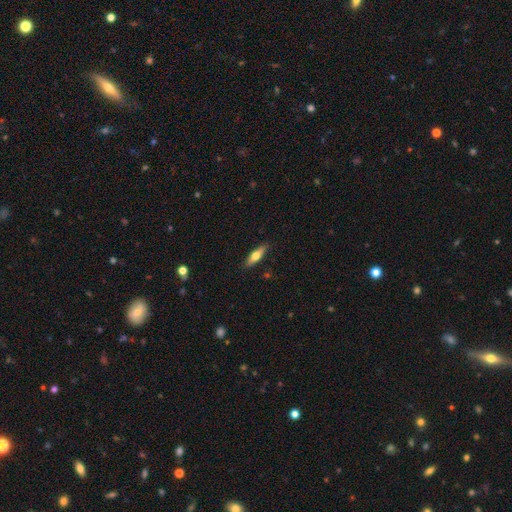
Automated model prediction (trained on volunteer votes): smooth-or-featured: smooth: 52% | featured or disk: 42% | star or artifact: 6%
  how-rounded: cigar-shaped: 62% | in between: 36% | round: 2%
  merging: none: 88% | minor disturbance: 9% | major disturbance: 2% | merger: 1%